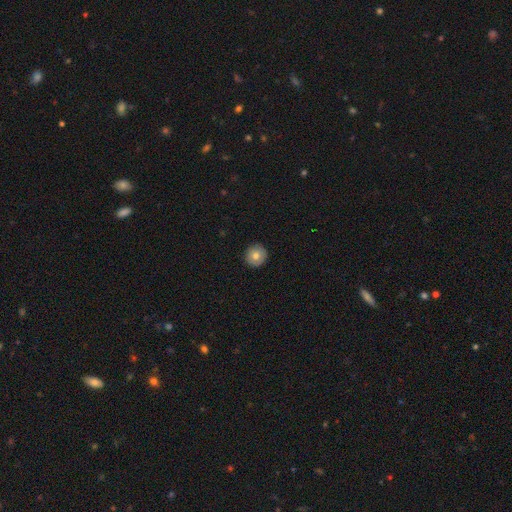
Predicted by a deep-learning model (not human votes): smooth-or-featured: smooth: 74% | featured or disk: 18% | star or artifact: 8%
  how-rounded: round: 95% | in between: 4% | cigar-shaped: 1%
  merging: none: 92% | minor disturbance: 6% | major disturbance: 1% | merger: 1%